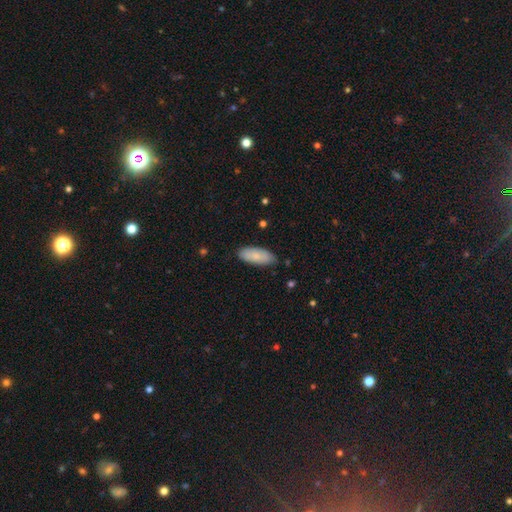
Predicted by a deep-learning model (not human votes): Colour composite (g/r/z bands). It shows a smooth galaxy with no disk features (81%) that is in between round and cigar-shaped (83%). Merging: none (83%).